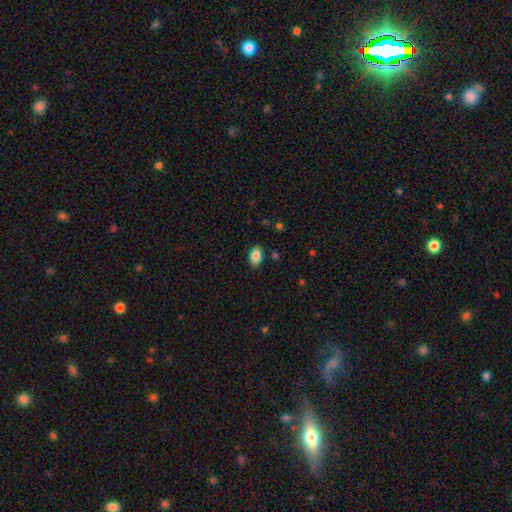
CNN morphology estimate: Smooth or featured? smooth (85%)
How rounded? in between (89%)
Merging? none (87%)